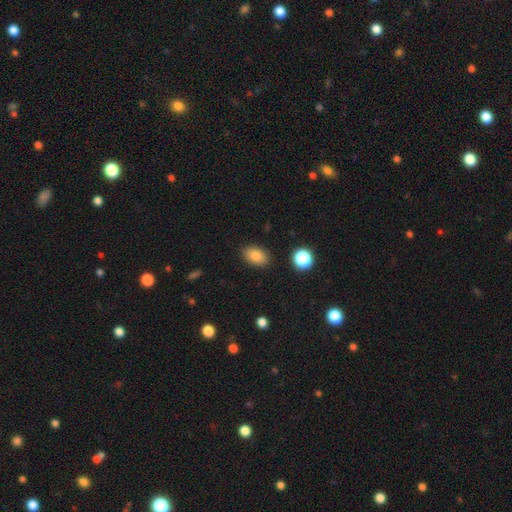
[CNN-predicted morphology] This appears to be a smooth galaxy with no disk features (85%) that is in between round and cigar-shaped (86%). Merging: none (86%).